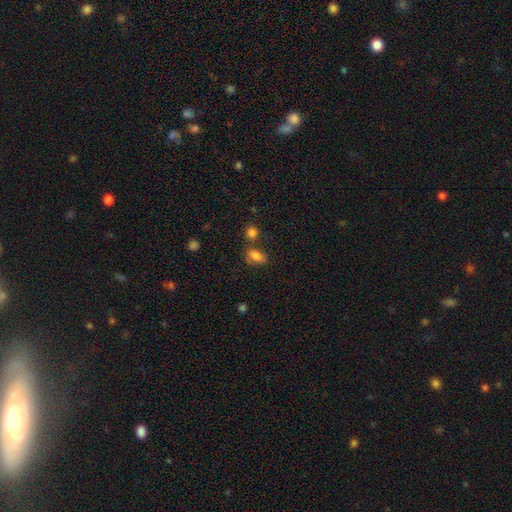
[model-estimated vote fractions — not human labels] Smooth or featured? Predicted: smooth (p=0.81). How rounded? Predicted: in between (p=0.84). Merging? Predicted: none (p=0.59).